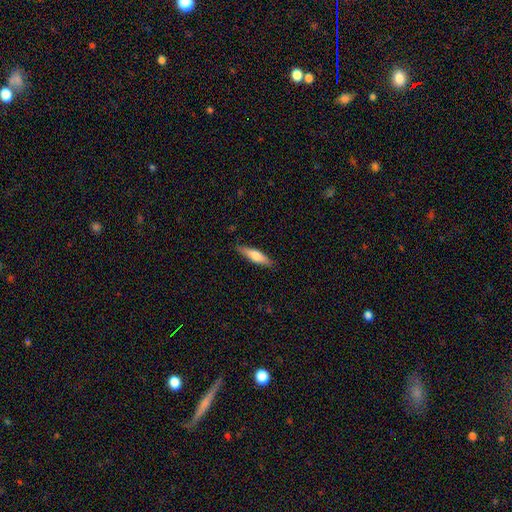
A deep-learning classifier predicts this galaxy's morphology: Smooth or featured?
  - smooth: 63% *
  - featured or disk: 32%
  - star or artifact: 6%
How rounded?
  - cigar-shaped: 73% *
  - in between: 26%
  - round: 2%
Merging?
  - none: 86% *
  - minor disturbance: 11%
  - major disturbance: 2%
  - merger: 1%